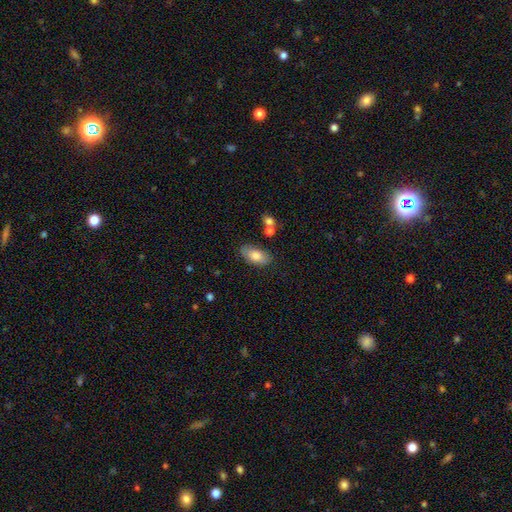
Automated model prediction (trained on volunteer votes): A smooth galaxy with no disk features (79%) that is in between round and cigar-shaped (92%).

Vote fractions:
- Smooth or featured? smooth: 79% / featured or disk: 14% / star or artifact: 7%
- How rounded? in between: 92% / cigar-shaped: 5% / round: 3%
- Merging? none: 76% / minor disturbance: 16% / merger: 5% / major disturbance: 4%